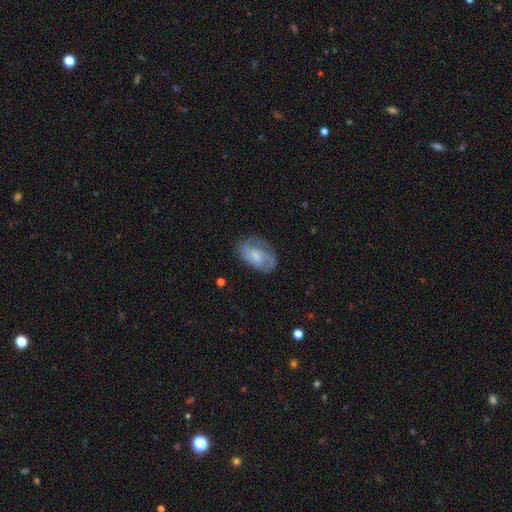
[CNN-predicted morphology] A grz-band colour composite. It shows a featured or disk galaxy (50%). Merging: none (67%).